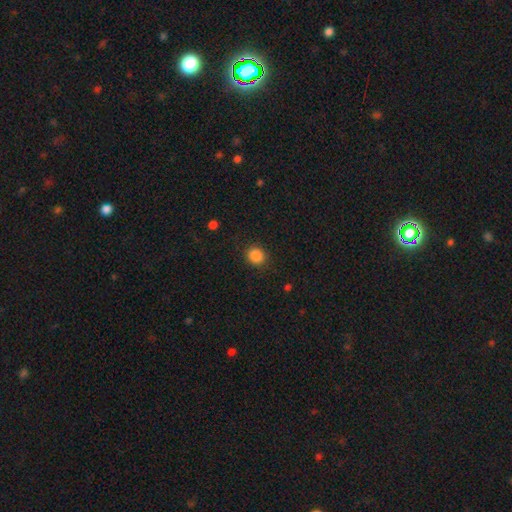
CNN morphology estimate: type=smooth (86%); roundness=round (83%); merging=none (89%).